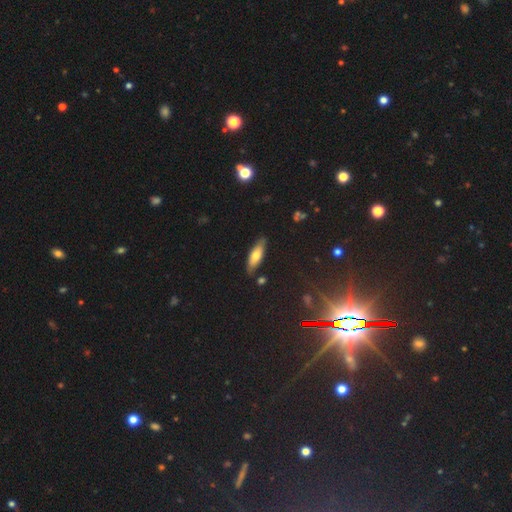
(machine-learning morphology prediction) Smooth or featured? Predicted: smooth (p=0.67). How rounded? Predicted: in between (p=0.52). Merging? Predicted: none (p=0.83).